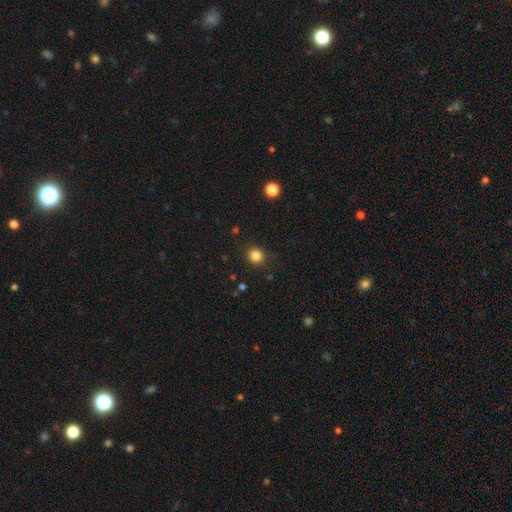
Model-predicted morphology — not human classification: A smooth galaxy with no disk features (84%) that is round (84%).

Vote fractions:
- Smooth or featured? smooth: 84% / star or artifact: 12% / featured or disk: 4%
- How rounded? round: 84% / in between: 15% / cigar-shaped: 1%
- Merging? none: 89% / minor disturbance: 8% / major disturbance: 3% / merger: 1%